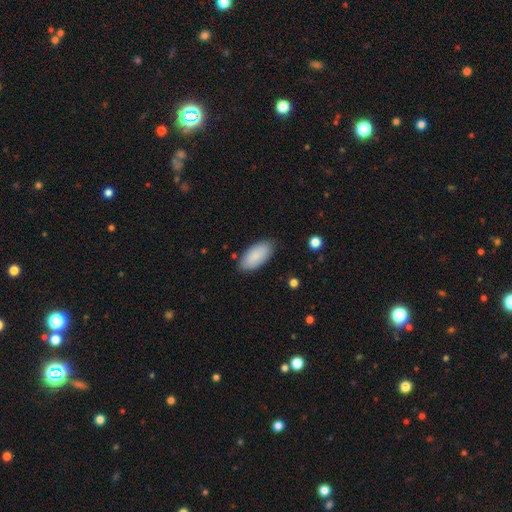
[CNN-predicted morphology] smooth-or-featured: smooth: 88% | featured or disk: 6% | star or artifact: 6%
  how-rounded: in between: 93% | cigar-shaped: 5% | round: 2%
  merging: none: 84% | minor disturbance: 12% | major disturbance: 2% | merger: 1%